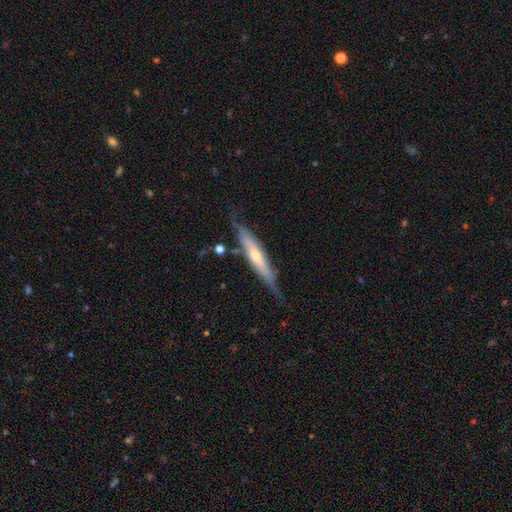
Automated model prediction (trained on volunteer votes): Smooth or featured? Predicted: featured or disk (p=0.62). Edge-on disk? Predicted: yes (p=0.84). Edge-on bulge? Predicted: rounded (p=0.63). Merging? Predicted: none (p=0.70).